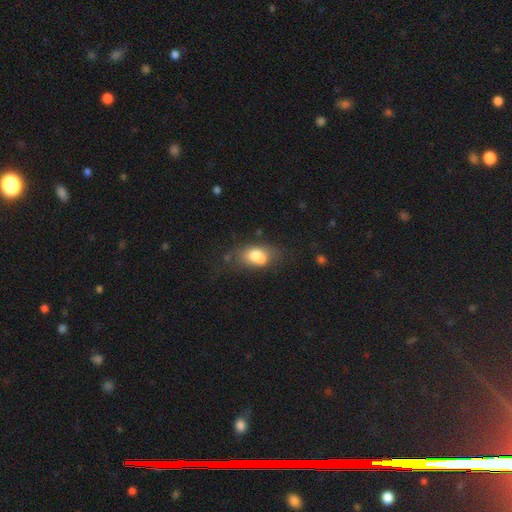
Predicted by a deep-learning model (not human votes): Morphology: type=smooth (66%); roundness=in between (75%); merging=merger (45%).